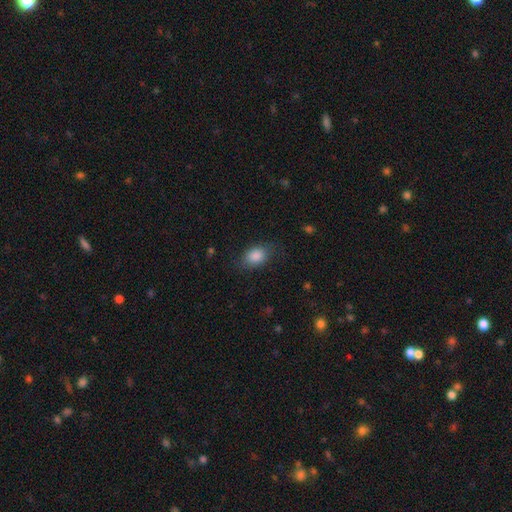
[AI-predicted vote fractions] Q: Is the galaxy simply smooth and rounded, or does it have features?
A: smooth — 86%.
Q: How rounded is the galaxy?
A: in between — 76%.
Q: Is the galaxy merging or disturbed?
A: none — 75%.